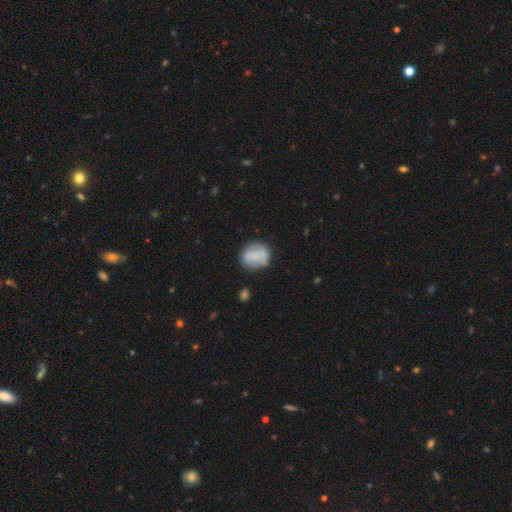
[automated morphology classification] smooth-or-featured: smooth: 66% | featured or disk: 27% | star or artifact: 8%
  how-rounded: round: 71% | in between: 28% | cigar-shaped: 1%
  merging: none: 64% | minor disturbance: 21% | major disturbance: 8% | merger: 7%